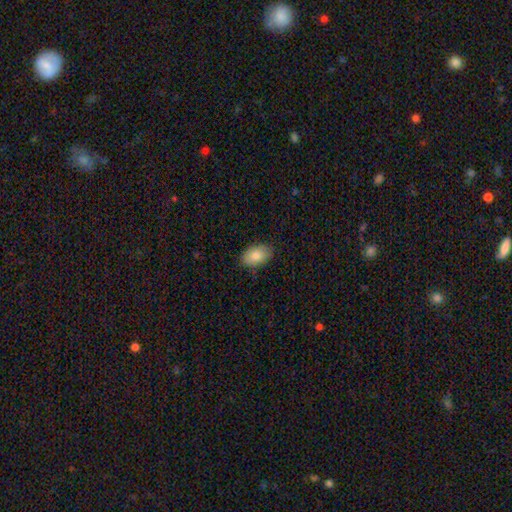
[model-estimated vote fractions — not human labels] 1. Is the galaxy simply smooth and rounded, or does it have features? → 84% smooth, 9% featured or disk, 7% star or artifact.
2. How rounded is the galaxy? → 92% in between, 7% round, 1% cigar-shaped.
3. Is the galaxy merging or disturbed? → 86% none, 11% minor disturbance, 2% major disturbance, 1% merger.